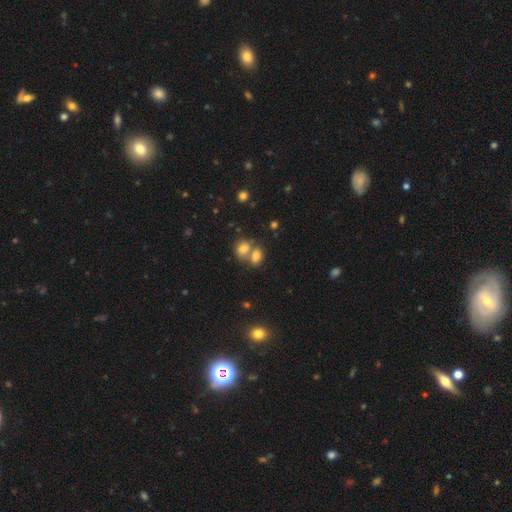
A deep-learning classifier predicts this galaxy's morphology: smooth_or_featured: smooth (p=0.76) [alt: star or artifact p=0.12]
how_rounded: in between (p=0.74) [alt: round p=0.24]
merging: merger (p=0.54) [alt: none p=0.34]